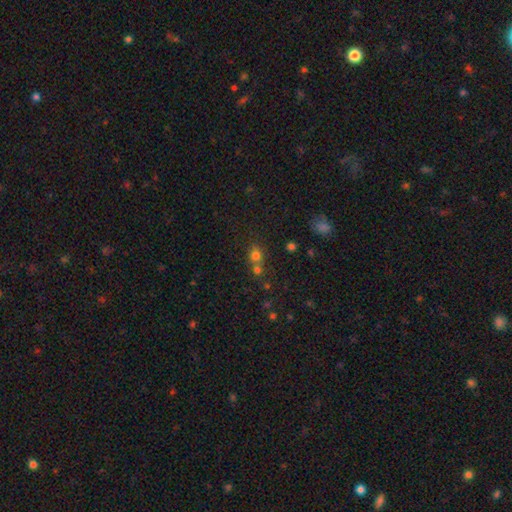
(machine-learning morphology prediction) Smooth or featured: smooth — 72% (star or artifact — 19%)
How rounded: round — 73% (in between — 26%)
Merging: none — 49% (merger — 38%)